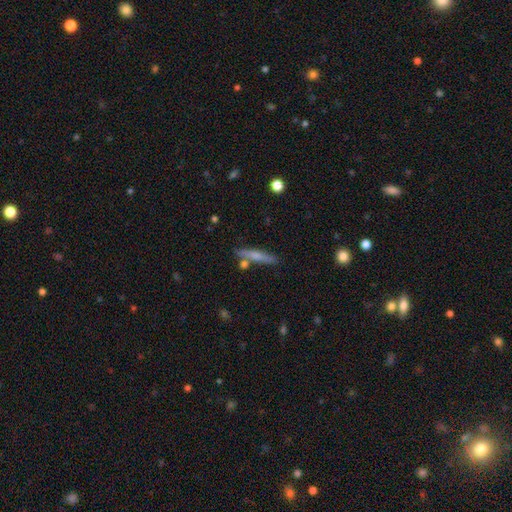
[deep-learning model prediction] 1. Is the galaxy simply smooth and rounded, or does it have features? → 56% smooth, 37% featured or disk, 7% star or artifact.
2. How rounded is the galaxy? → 90% cigar-shaped, 8% in between, 2% round.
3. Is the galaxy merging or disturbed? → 77% none, 12% minor disturbance, 9% merger, 3% major disturbance.